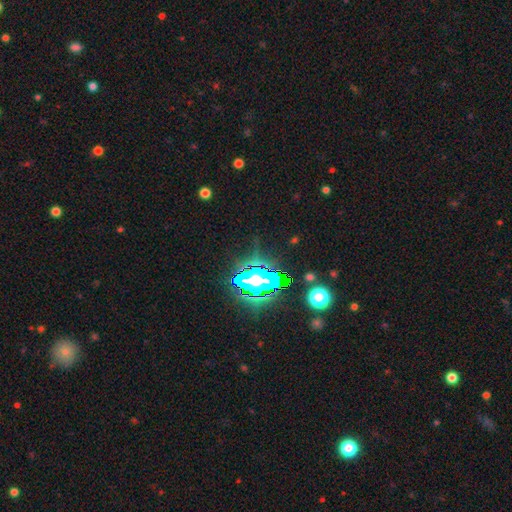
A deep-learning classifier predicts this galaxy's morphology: star or artifact 68%, smooth 17%, featured or disk 15%.